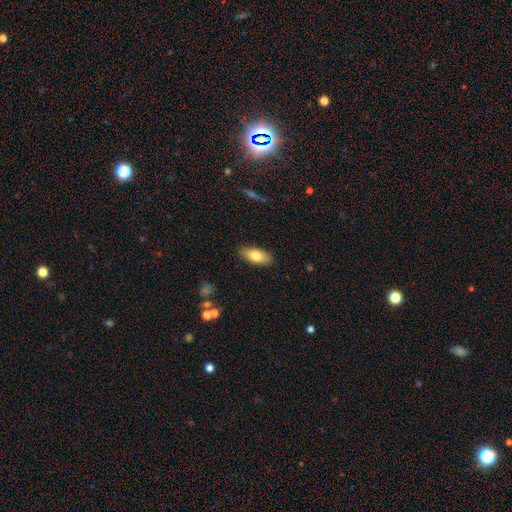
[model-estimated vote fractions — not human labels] smooth 80%, featured or disk 14%, star or artifact 7%. Down the decision tree: how rounded — in between (87%); merging — none (87%).